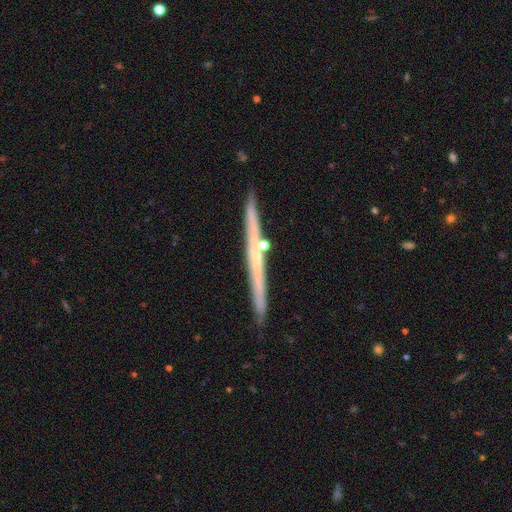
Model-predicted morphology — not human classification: Smooth or featured: featured or disk — 64% (smooth — 29%)
Edge-on disk: yes — 97% (no — 3%)
Edge-on bulge: none — 71% (rounded — 26%)
Merging: none — 87% (minor disturbance — 8%)